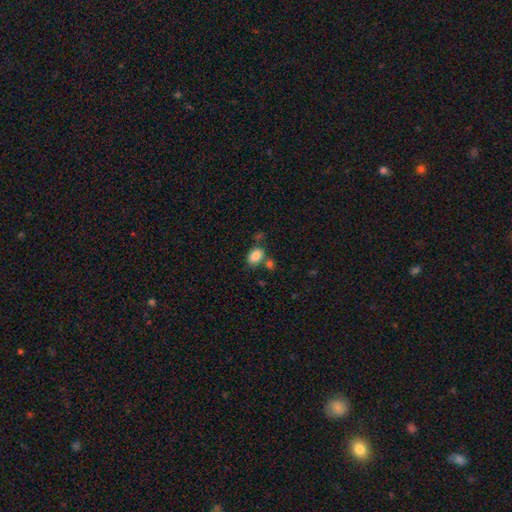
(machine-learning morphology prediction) Overall: smooth (85%). How rounded: in between (84%). Merging: none (59%; merger 20%).